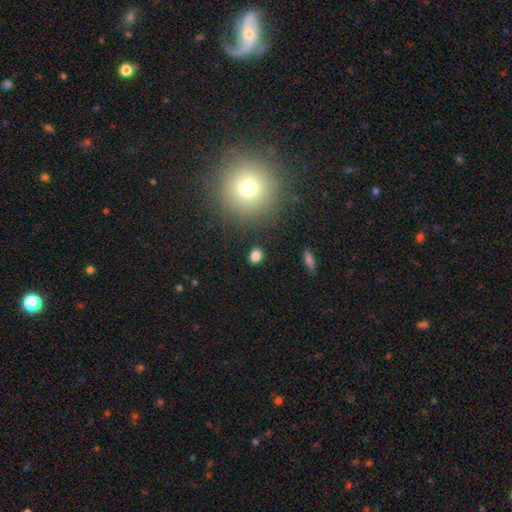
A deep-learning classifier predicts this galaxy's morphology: A smooth galaxy with no disk features (83%) that is in between round and cigar-shaped (53%). Merging: none (86%).